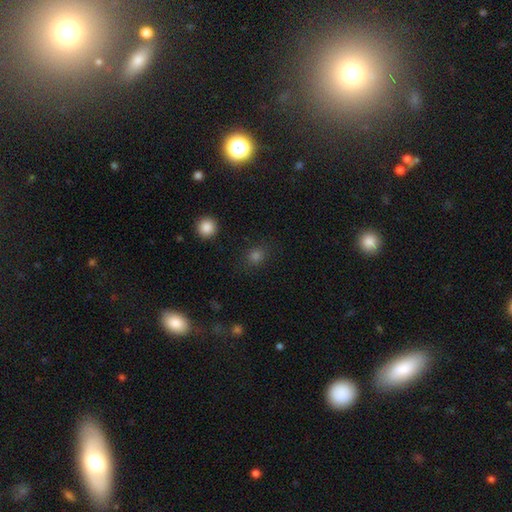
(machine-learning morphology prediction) Smooth or featured: smooth — 69% (star or artifact — 26%)
How rounded: round — 75% (in between — 24%)
Merging: none — 85% (minor disturbance — 9%)